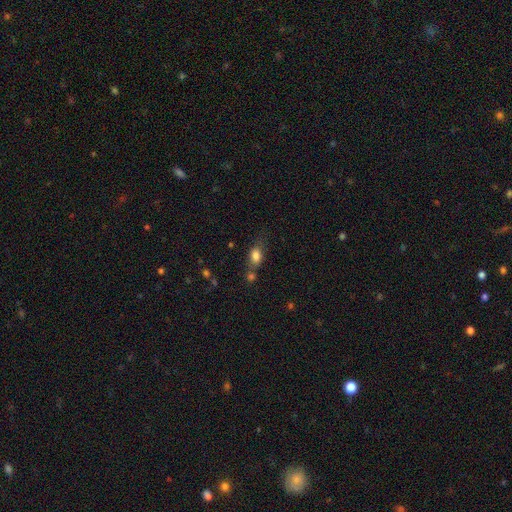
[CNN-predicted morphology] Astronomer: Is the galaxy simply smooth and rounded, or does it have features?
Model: smooth — 80%.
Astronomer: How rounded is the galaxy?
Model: in between — 78%.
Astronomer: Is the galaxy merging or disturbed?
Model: none — 50%.